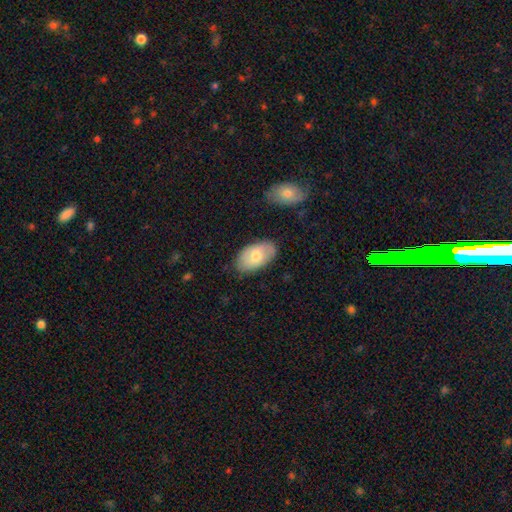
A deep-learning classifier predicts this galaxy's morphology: The model was most divided on "smooth or featured": smooth: 64%, featured or disk: 30%, star or artifact: 6%. More confident: how rounded — in between (94%); merging — none (80%).